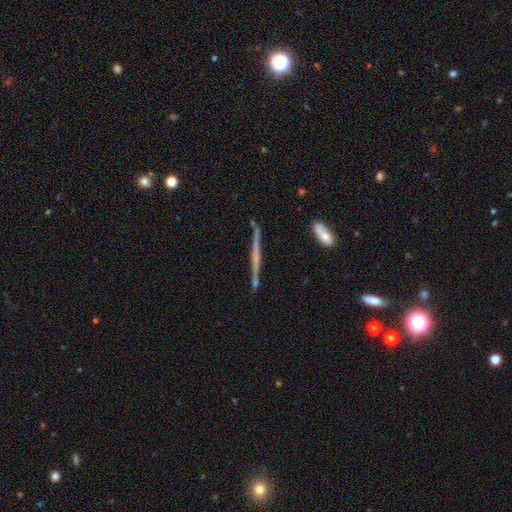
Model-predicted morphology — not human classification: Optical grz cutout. It shows a featured or disk galaxy (68%) viewed edge-on (97%) with no central bulge (66%). Merging: none (86%).